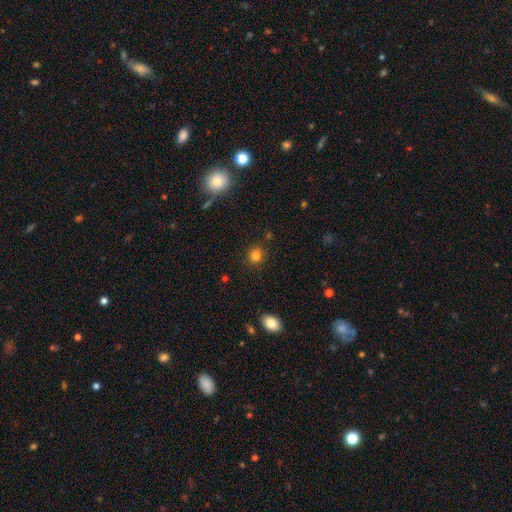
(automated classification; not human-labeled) smooth 82%, star or artifact 13%, featured or disk 5%. Down the decision tree: how rounded — round (85%); merging — none (87%).